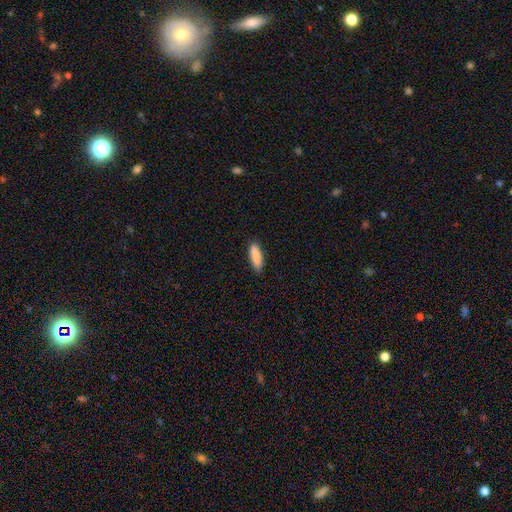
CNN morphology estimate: A smooth galaxy with no disk features (89%) that is cigar-shaped (51%). Merging: none (85%).